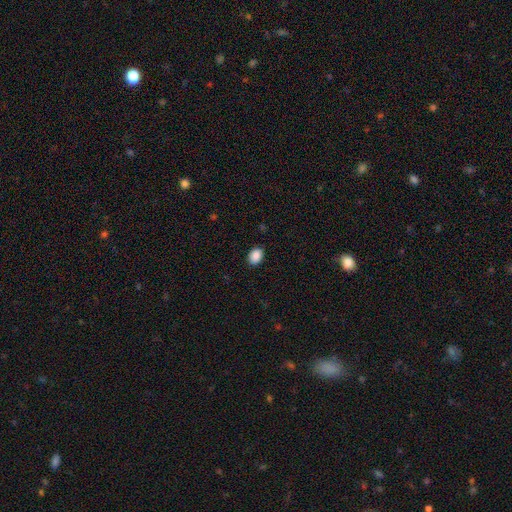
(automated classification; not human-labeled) Smooth or featured? Predicted: smooth (p=0.89). How rounded? Predicted: in between (p=0.72). Merging? Predicted: none (p=0.88).